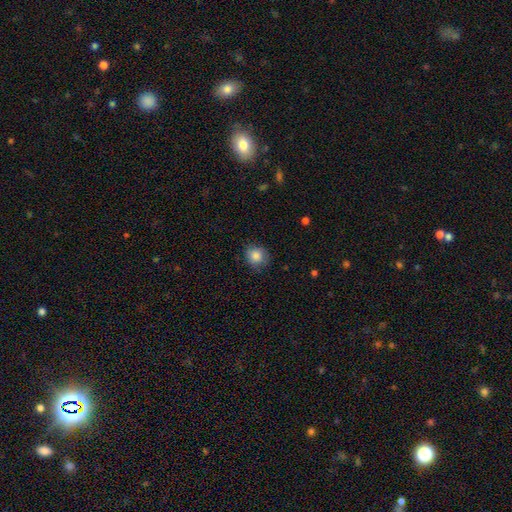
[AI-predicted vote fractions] A smooth galaxy with no disk features (85%) that is round (84%). Merging: none (79%).